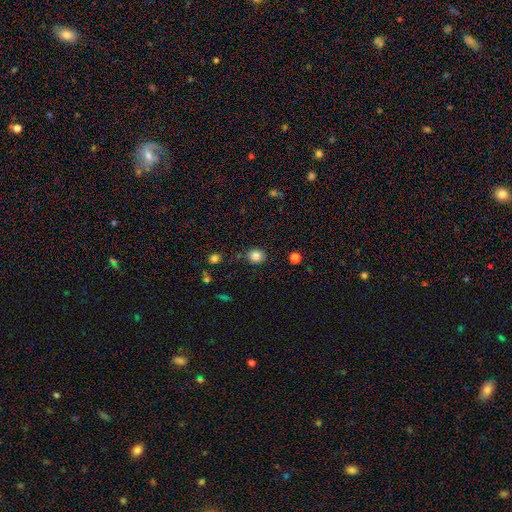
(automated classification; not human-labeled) Q: Smooth or featured?
A: smooth (84%); runner-up: star or artifact (11%)
Q: How rounded?
A: round (72%); runner-up: in between (28%)
Q: Merging?
A: none (84%); runner-up: minor disturbance (11%)